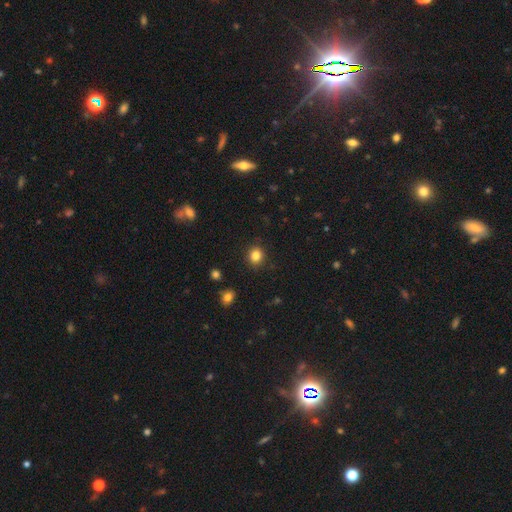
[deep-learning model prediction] Morphology: type=smooth (84%); roundness=round (77%); merging=none (89%).